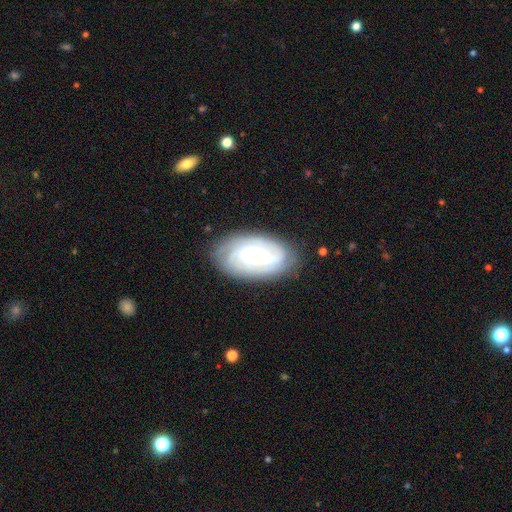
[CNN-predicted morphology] Smooth or featured?
  - featured or disk: 80% *
  - smooth: 15%
  - star or artifact: 6%
Edge-on disk?
  - no: 96% *
  - yes: 4%
Bar?
  - weak: 44% *
  - no: 35%
  - strong: 21%
Spiral arms?
  - yes: 95% *
  - no: 5%
Spiral winding?
  - tight: 60% *
  - medium: 31%
  - loose: 9%
Spiral arm count?
  - 2: 30% *
  - can't tell: 28%
  - 3: 24%
  - 4: 9%
  - 1: 4%
  - more than 4: 4%
Bulge size?
  - moderate: 49% *
  - small: 44%
  - large: 5%
  - none: 2%
  - dominant: 1%
Merging?
  - none: 81% *
  - minor disturbance: 14%
  - major disturbance: 4%
  - merger: 1%